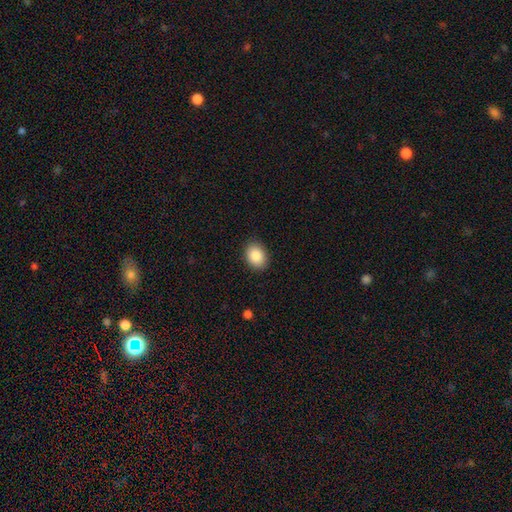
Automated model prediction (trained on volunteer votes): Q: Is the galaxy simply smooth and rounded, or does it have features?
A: smooth — 87%.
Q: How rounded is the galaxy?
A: in between — 71%.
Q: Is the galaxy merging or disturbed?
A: none — 88%.